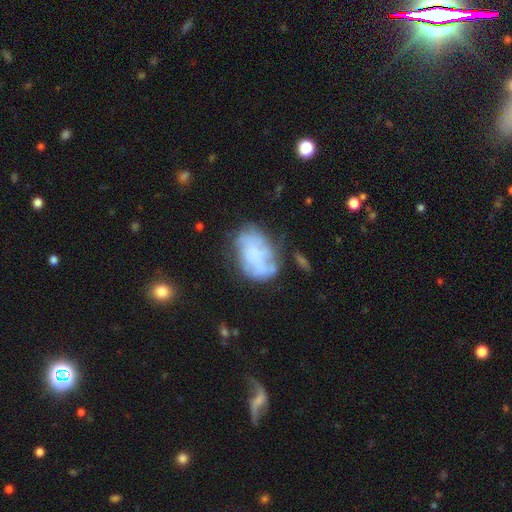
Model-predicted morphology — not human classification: Overall: featured or disk (52%; smooth 37%). Edge-on disk: no (97%). Bar: no (87%). Spiral arms: no (76%). Bulge size: none (72%). Merging: none (45%; minor disturbance 26%).